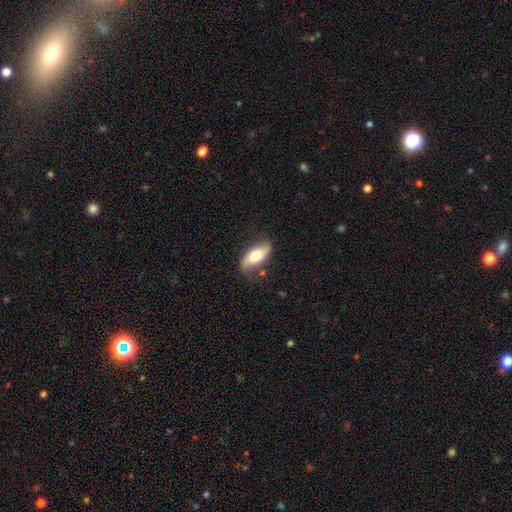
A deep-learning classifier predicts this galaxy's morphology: A smooth galaxy with no disk features (51%) that is in between round and cigar-shaped (82%).

Vote fractions:
- Smooth or featured? smooth: 51% / featured or disk: 43% / star or artifact: 6%
- How rounded? in between: 82% / cigar-shaped: 14% / round: 3%
- Merging? none: 69% / minor disturbance: 22% / major disturbance: 6% / merger: 3%